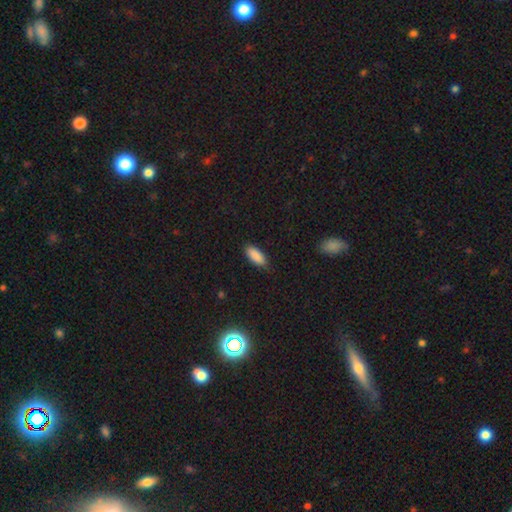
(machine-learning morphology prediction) smooth 89%, star or artifact 7%, featured or disk 4%. Down the decision tree: how rounded — in between (81%); merging — none (82%).